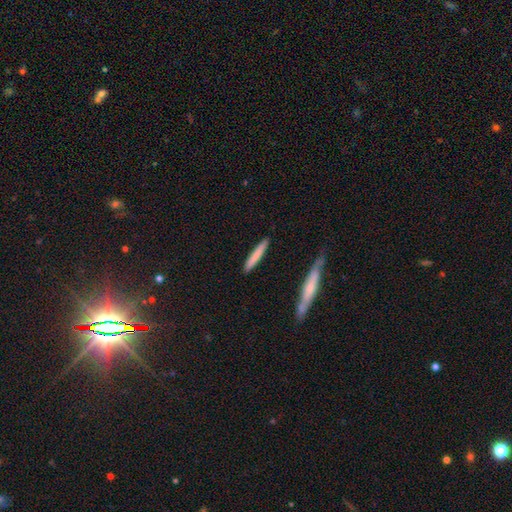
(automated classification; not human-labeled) Smooth or featured: smooth — 75% (featured or disk — 20%)
How rounded: cigar-shaped — 94% (in between — 5%)
Merging: none — 87% (minor disturbance — 8%)